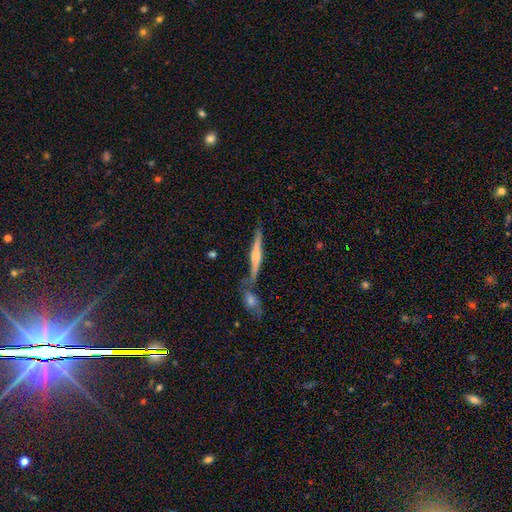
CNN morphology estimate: featured or disk 67%, smooth 27%, star or artifact 6%. Down the decision tree: edge-on disk — yes (96%); edge-on bulge — rounded (77%); merging — none (66%).